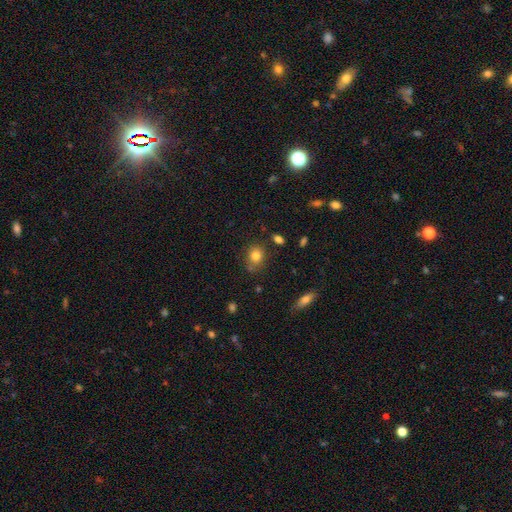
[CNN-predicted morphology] This appears to be a smooth galaxy with no disk features (81%) that is round (61%). Merging: none (74%).